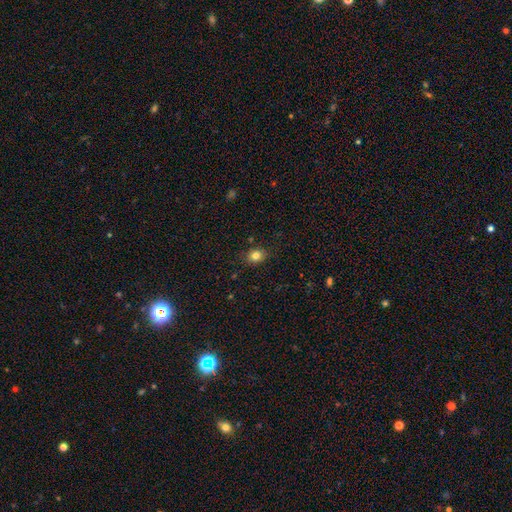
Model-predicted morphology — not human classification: Smooth or featured? Predicted: smooth (p=0.82). How rounded? Predicted: round (p=0.54). Merging? Predicted: none (p=0.86).